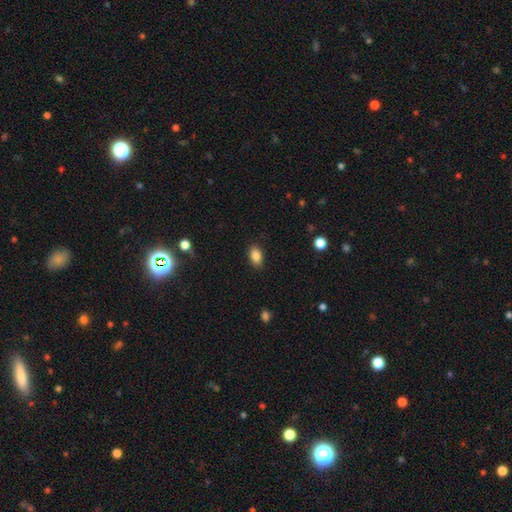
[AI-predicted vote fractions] smooth-or-featured: smooth: 86% | star or artifact: 9% | featured or disk: 5%
  how-rounded: in between: 88% | round: 10% | cigar-shaped: 2%
  merging: none: 88% | minor disturbance: 9% | major disturbance: 2% | merger: 1%